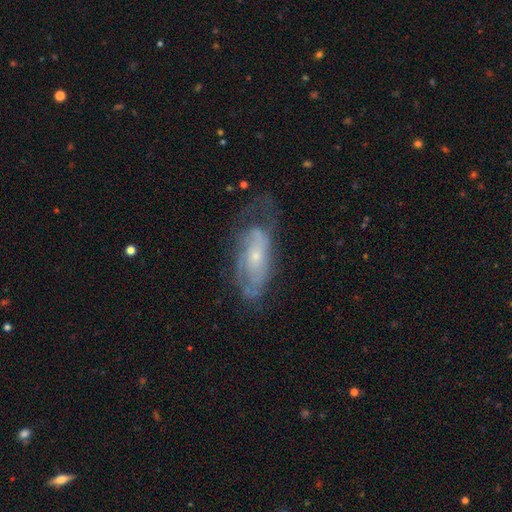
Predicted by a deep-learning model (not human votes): This is likely a featured or disk galaxy (71%). It is clearly not viewed edge-on (89%). Bar: likely no (71%). Spiral arm pattern: likely yes (77%). Central bulge: likely small (70%). Merging: possibly none (51%).